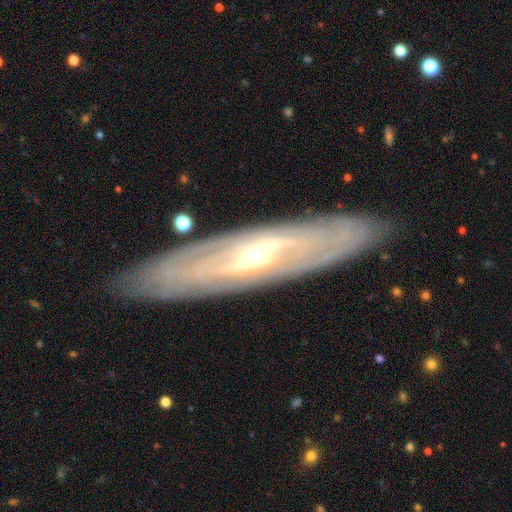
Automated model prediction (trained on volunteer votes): This is clearly a featured or disk galaxy (81%). It is likely not viewed edge-on (61%). Merging: clearly none (87%).